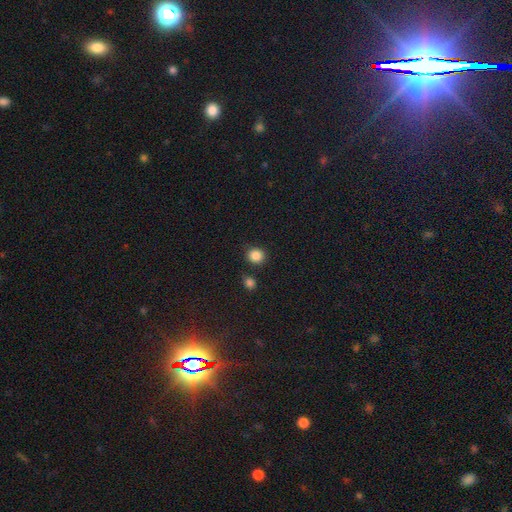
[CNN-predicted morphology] Smooth or featured? Predicted: smooth (p=0.86). How rounded? Predicted: round (p=0.81). Merging? Predicted: none (p=0.82).